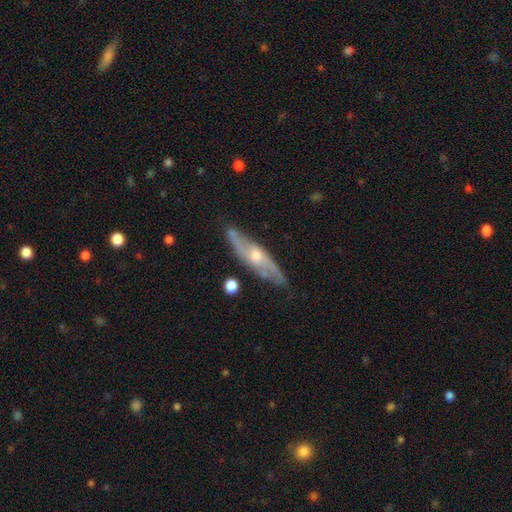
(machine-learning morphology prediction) A featured or disk galaxy (74%). Merging: none (77%).